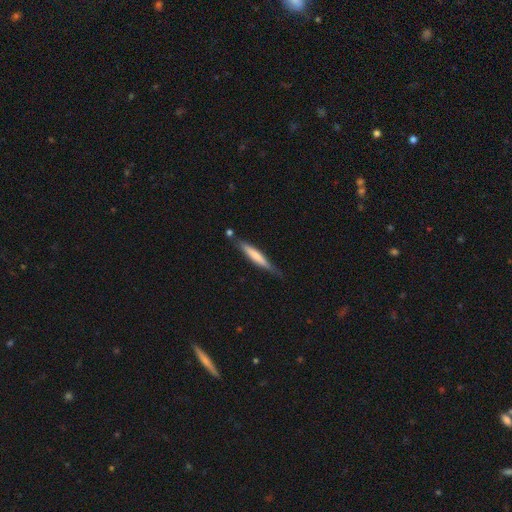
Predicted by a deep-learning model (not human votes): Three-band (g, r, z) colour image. It shows a smooth galaxy with no disk features (61%) that is cigar-shaped (92%). Merging: none (71%).